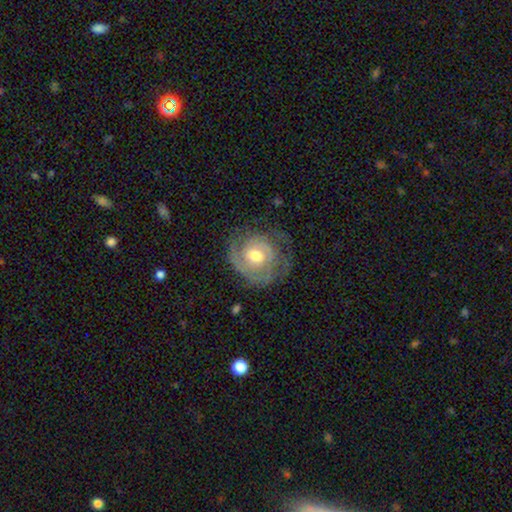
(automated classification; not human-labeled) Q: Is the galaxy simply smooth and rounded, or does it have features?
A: featured or disk — 78%.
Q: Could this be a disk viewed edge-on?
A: no — 97%.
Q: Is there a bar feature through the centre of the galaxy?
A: no — 60%.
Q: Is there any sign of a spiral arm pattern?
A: yes — 90%.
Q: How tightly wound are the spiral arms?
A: tight — 61%.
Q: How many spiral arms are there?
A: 2 — 37%.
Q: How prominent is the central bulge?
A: moderate — 72%.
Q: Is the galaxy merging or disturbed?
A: none — 64%.